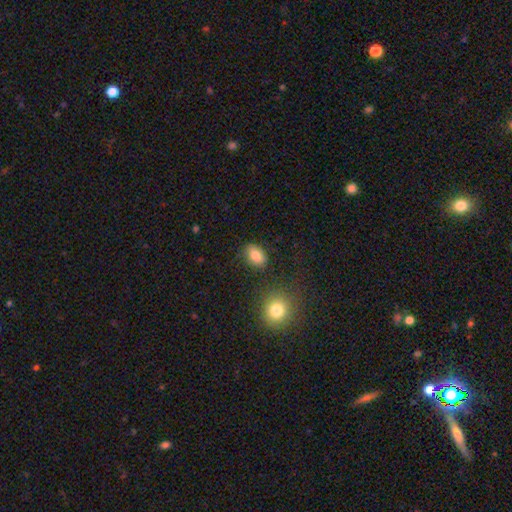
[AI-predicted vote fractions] smooth-or-featured: smooth: 83% | star or artifact: 9% | featured or disk: 8%
  how-rounded: in between: 83% | round: 15% | cigar-shaped: 2%
  merging: none: 82% | minor disturbance: 12% | merger: 3% | major disturbance: 3%